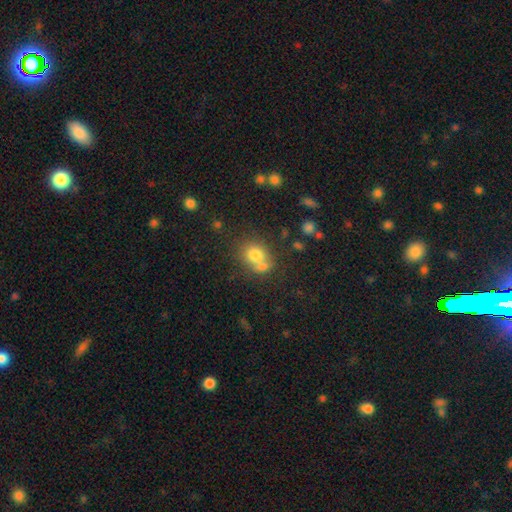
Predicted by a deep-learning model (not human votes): The model was most divided on "merging": none: 47%, merger: 37%, minor disturbance: 11%, major disturbance: 5%. More confident: smooth or featured — smooth (75%); how rounded — round (66%).